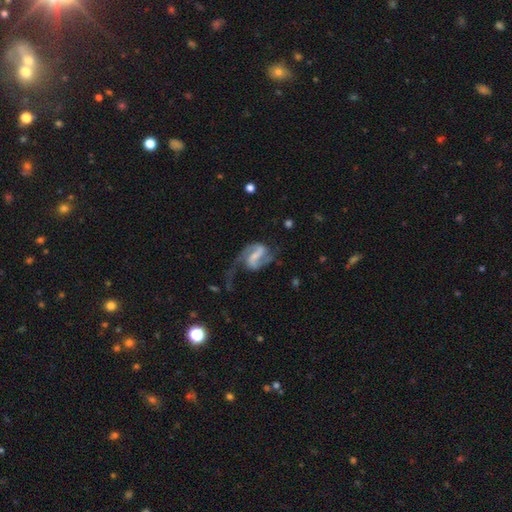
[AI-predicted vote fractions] A featured or disk galaxy (86%) with a strong bar (47%), 2 (83%) loose (44%) spiral arms (94%) and a small central bulge (43%).

Vote fractions:
- Smooth or featured? featured or disk: 86% / smooth: 9% / star or artifact: 5%
- Edge-on disk? no: 98% / yes: 2%
- Bar? strong: 47% / weak: 41% / no: 13%
- Spiral arms? yes: 94% / no: 6%
- Spiral winding? loose: 44% / medium: 42% / tight: 14%
- Spiral arm count? 2: 83% / 1: 10% / can't tell: 3% / 3: 1% / 4: 1% / more than 4: 1%
- Bulge size? small: 43% / moderate: 27% / none: 23% / large: 5% / dominant: 2%
- Merging? major disturbance: 40% / none: 37% / minor disturbance: 18% / merger: 4%